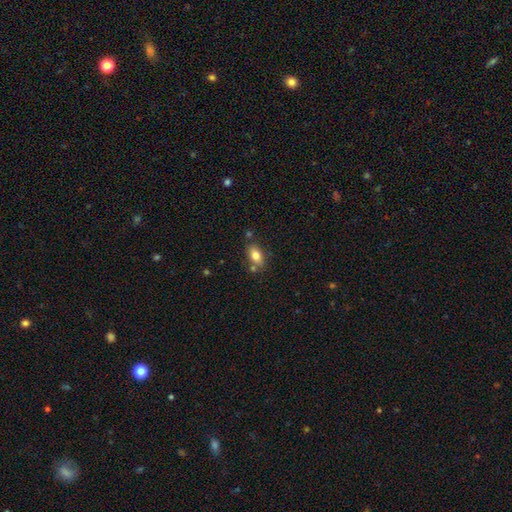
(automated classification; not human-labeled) Smooth or featured: smooth — 80% (featured or disk — 11%)
How rounded: in between — 88% (round — 9%)
Merging: none — 70% (minor disturbance — 15%)